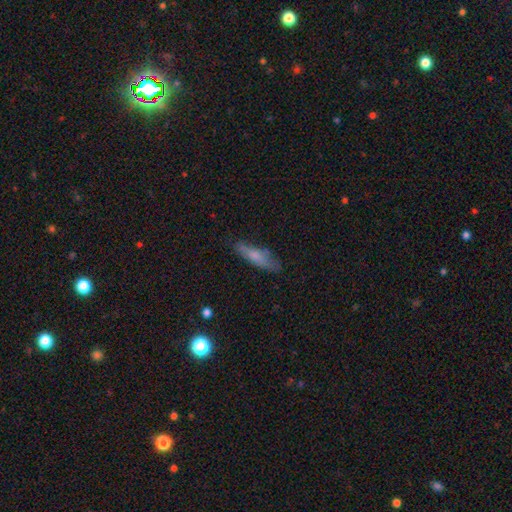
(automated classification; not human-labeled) The model was most divided on "smooth or featured": smooth: 64%, featured or disk: 29%, star or artifact: 7%. More confident: merging — none (72%); how rounded — cigar-shaped (68%).